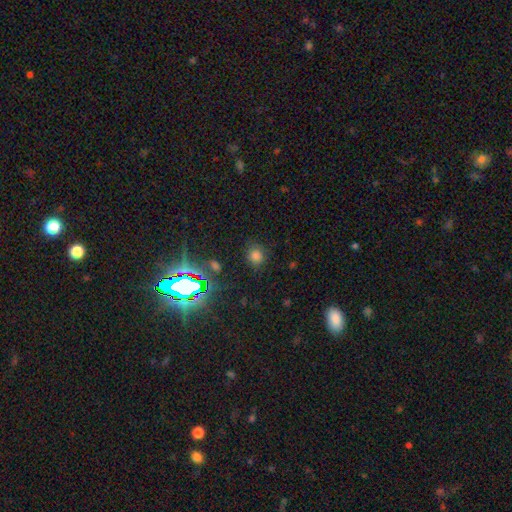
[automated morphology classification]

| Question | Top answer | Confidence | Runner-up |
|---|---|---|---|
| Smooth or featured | smooth | 69% | star or artifact (25%) |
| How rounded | round | 79% | in between (20%) |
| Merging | none | 83% | minor disturbance (11%) |